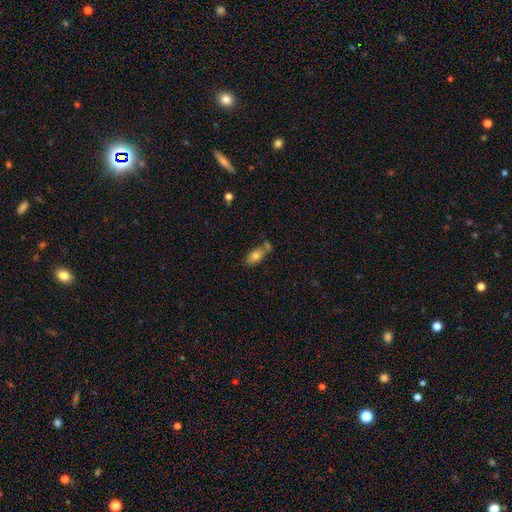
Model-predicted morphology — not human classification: Smooth or featured?
  - smooth: 75% *
  - featured or disk: 16%
  - star or artifact: 9%
How rounded?
  - in between: 89% *
  - round: 7%
  - cigar-shaped: 4%
Merging?
  - none: 48% *
  - merger: 28%
  - minor disturbance: 17%
  - major disturbance: 6%